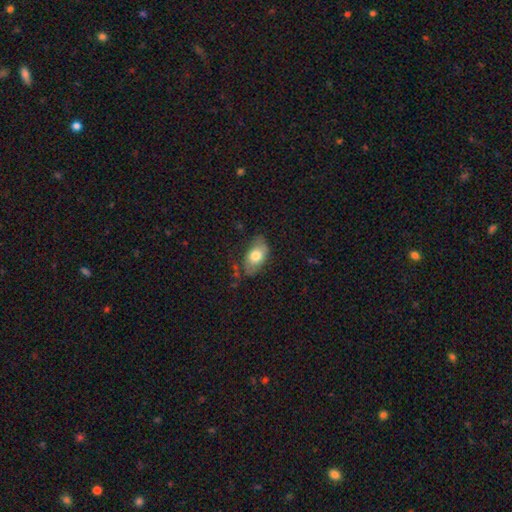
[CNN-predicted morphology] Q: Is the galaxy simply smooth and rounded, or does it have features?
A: smooth — 71%.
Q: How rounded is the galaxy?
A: in between — 91%.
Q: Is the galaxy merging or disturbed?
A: none — 65%.